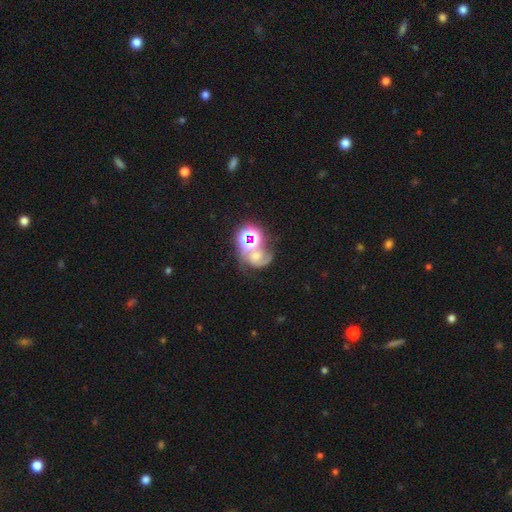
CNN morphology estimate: This appears to be a featured or disk galaxy (56%) with no bar (55%), spiral arms (89%) and a moderate central bulge (46%). Merging: none (36%).